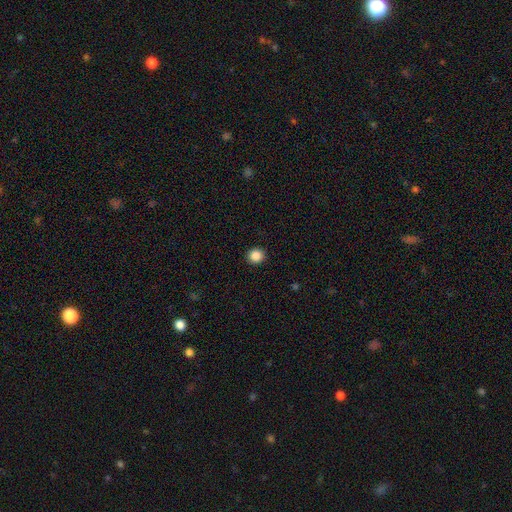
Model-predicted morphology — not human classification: smooth_or_featured: smooth (p=0.86) [alt: star or artifact p=0.10]
how_rounded: round (p=0.91) [alt: in between p=0.08]
merging: none (p=0.93) [alt: minor disturbance p=0.04]